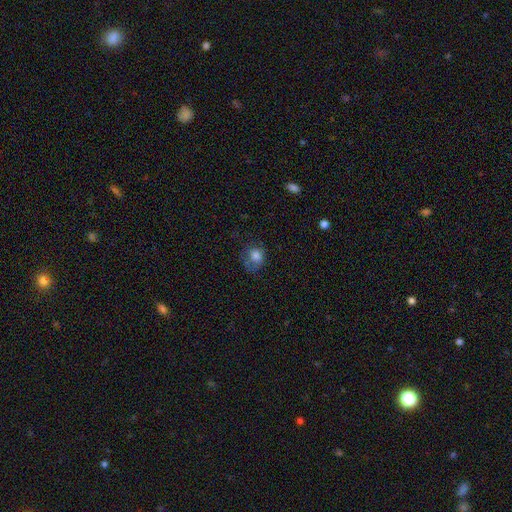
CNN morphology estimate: Smooth or featured? smooth (78%)
How rounded? round (70%)
Merging? none (48%)